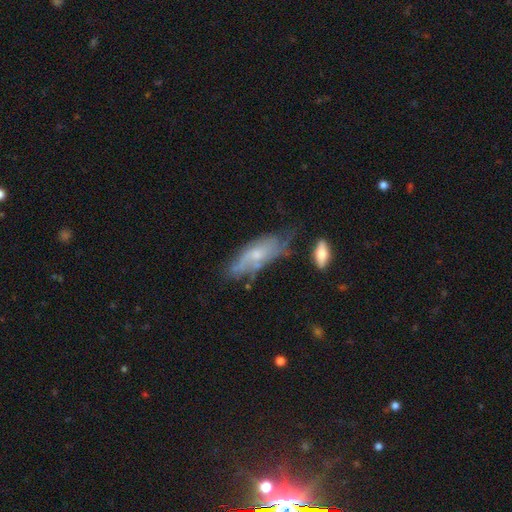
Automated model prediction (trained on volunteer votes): Morphology: type=featured or disk (53%); edge-on=no (76%); merging=none (44%).